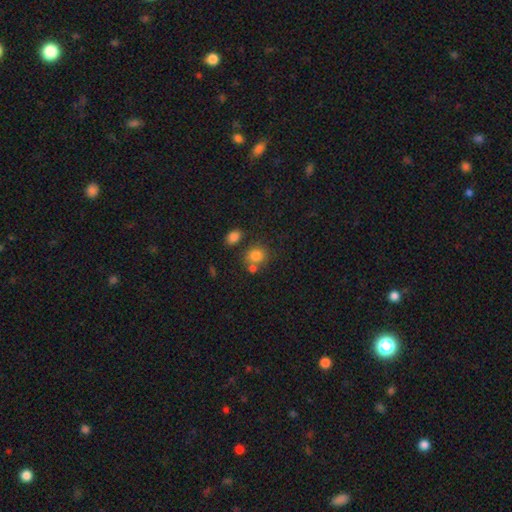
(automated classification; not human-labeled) smooth-or-featured: smooth: 81% | star or artifact: 11% | featured or disk: 8%
  how-rounded: round: 67% | in between: 32% | cigar-shaped: 1%
  merging: none: 58% | merger: 24% | minor disturbance: 13% | major disturbance: 5%